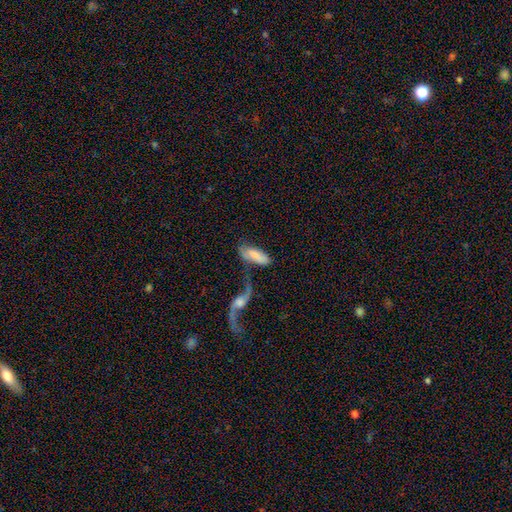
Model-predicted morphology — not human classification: The model was most divided on "merging": merger: 44%, none: 27%, minor disturbance: 15%, major disturbance: 14%. More confident: how rounded — in between (67%); smooth or featured — smooth (67%).